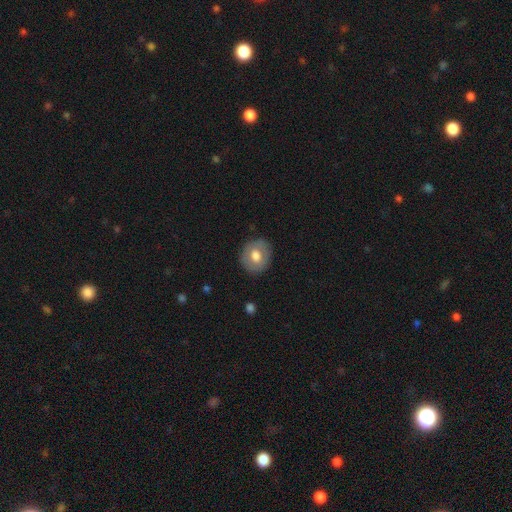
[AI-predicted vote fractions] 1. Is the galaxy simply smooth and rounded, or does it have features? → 66% smooth, 27% featured or disk, 7% star or artifact.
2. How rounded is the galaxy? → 70% round, 29% in between, 1% cigar-shaped.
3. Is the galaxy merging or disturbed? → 86% none, 10% minor disturbance, 3% major disturbance, 1% merger.